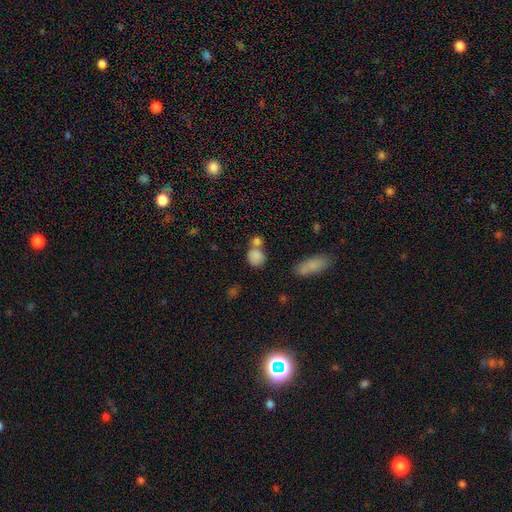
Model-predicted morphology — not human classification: Smooth or featured: smooth — 82% (star or artifact — 10%)
How rounded: round — 68% (in between — 30%)
Merging: none — 42% (merger — 41%)